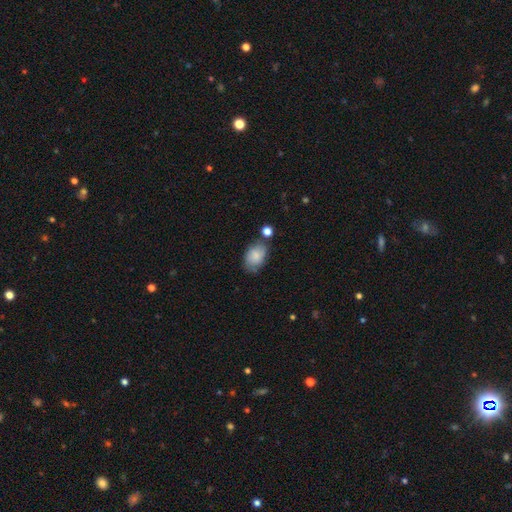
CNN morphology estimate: Smooth or featured?
  - smooth: 76% *
  - featured or disk: 16%
  - star or artifact: 8%
How rounded?
  - in between: 84% *
  - round: 15%
  - cigar-shaped: 1%
Merging?
  - none: 61% *
  - minor disturbance: 23%
  - merger: 9%
  - major disturbance: 7%